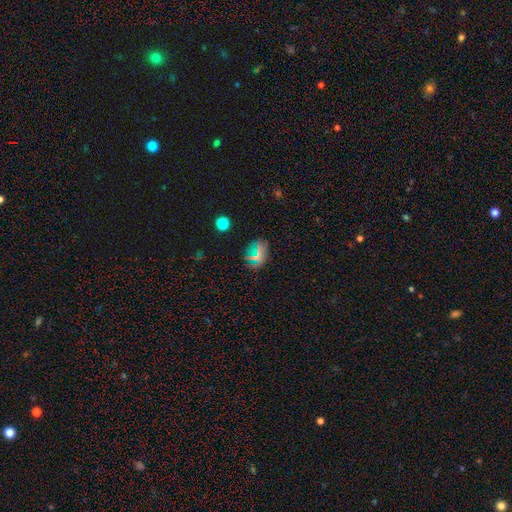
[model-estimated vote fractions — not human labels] smooth 57%, star or artifact 33%, featured or disk 10%. Down the decision tree: how rounded — round (50%); merging — none (78%).